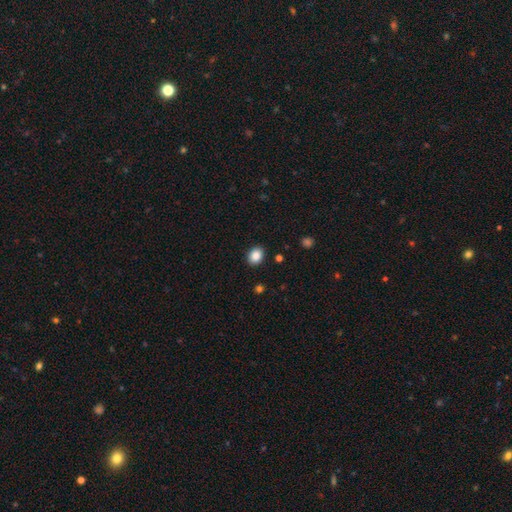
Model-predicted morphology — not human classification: Smooth or featured: smooth — 87% (star or artifact — 9%)
How rounded: in between — 53% (round — 46%)
Merging: none — 90% (minor disturbance — 7%)